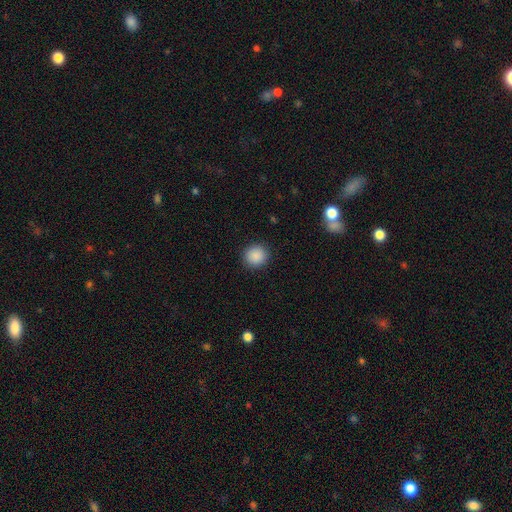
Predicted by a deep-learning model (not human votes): This appears to be a smooth galaxy with no disk features (89%) that is round (90%). Merging: none (91%).